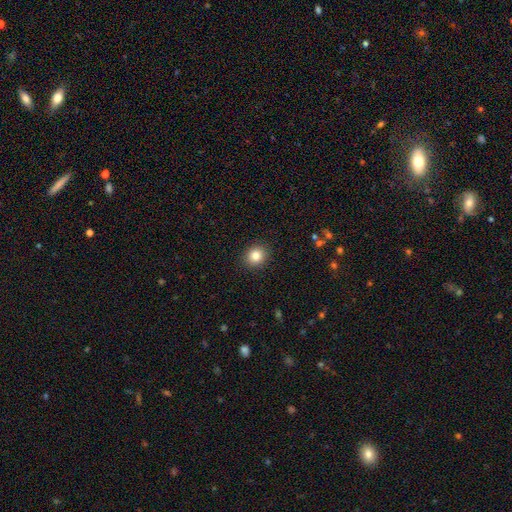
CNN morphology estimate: A smooth galaxy with no disk features (84%) that is round (82%).

Vote fractions:
- Smooth or featured? smooth: 84% / star or artifact: 10% / featured or disk: 6%
- How rounded? round: 82% / in between: 17% / cigar-shaped: 1%
- Merging? none: 91% / minor disturbance: 6% / major disturbance: 2% / merger: 1%